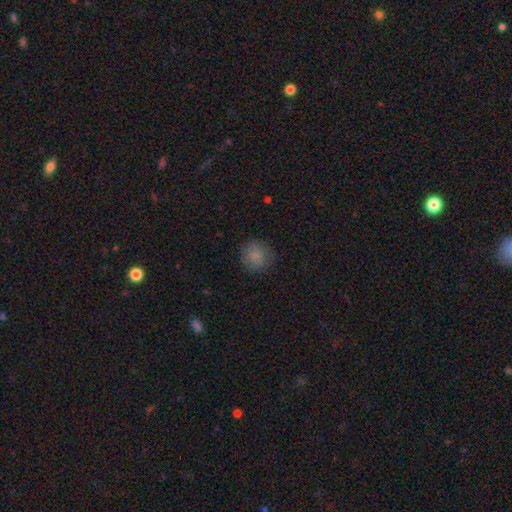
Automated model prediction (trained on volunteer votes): smooth_or_featured: smooth (p=0.85) [alt: star or artifact p=0.08]
how_rounded: round (p=0.93) [alt: in between p=0.06]
merging: none (p=0.85) [alt: minor disturbance p=0.11]